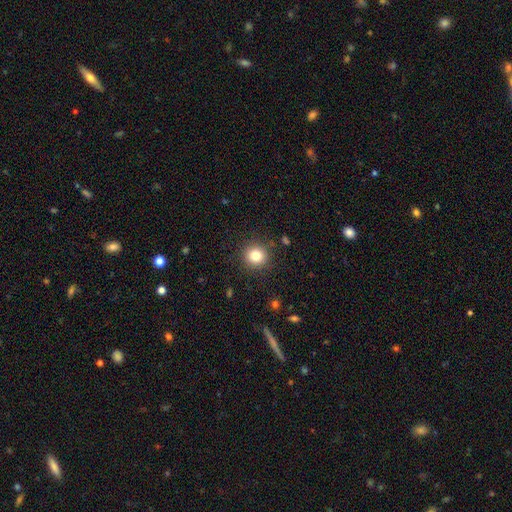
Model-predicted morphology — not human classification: Smooth or featured? smooth (81%)
How rounded? round (91%)
Merging? none (89%)